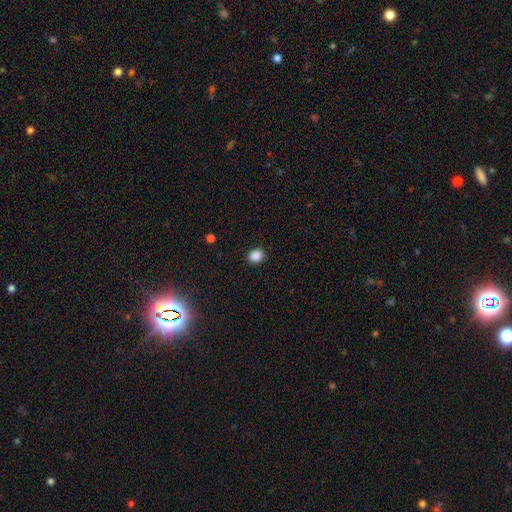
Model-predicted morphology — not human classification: Smooth or featured? Predicted: smooth (p=0.87). How rounded? Predicted: round (p=0.67). Merging? Predicted: none (p=0.89).